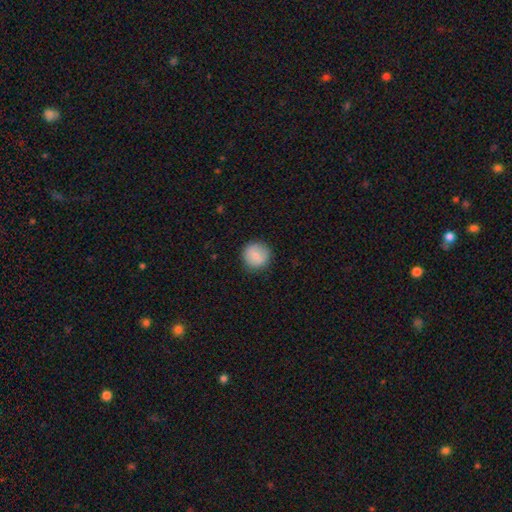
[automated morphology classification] A smooth galaxy with no disk features (79%) that is round (94%). Merging: none (88%).